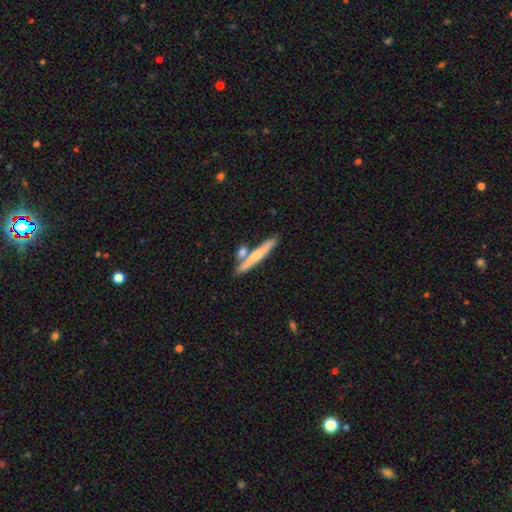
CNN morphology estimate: A smooth galaxy with no disk features (59%) that is cigar-shaped (91%). Merging: none (69%).